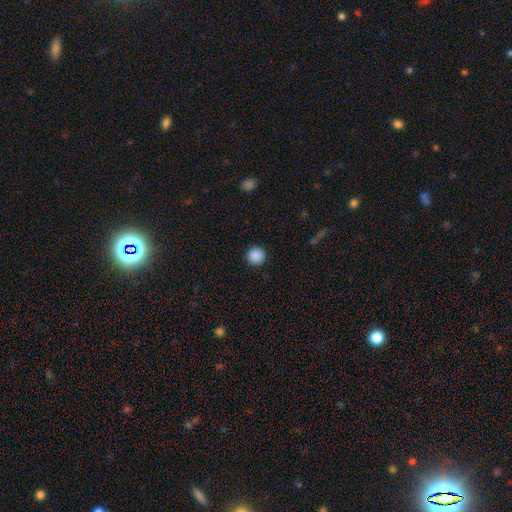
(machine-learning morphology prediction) A smooth galaxy with no disk features (89%) that is round (95%).

Vote fractions:
- Smooth or featured? smooth: 89% / star or artifact: 9% / featured or disk: 2%
- How rounded? round: 95% / in between: 4% / cigar-shaped: 1%
- Merging? none: 93% / minor disturbance: 5% / major disturbance: 2% / merger: 1%